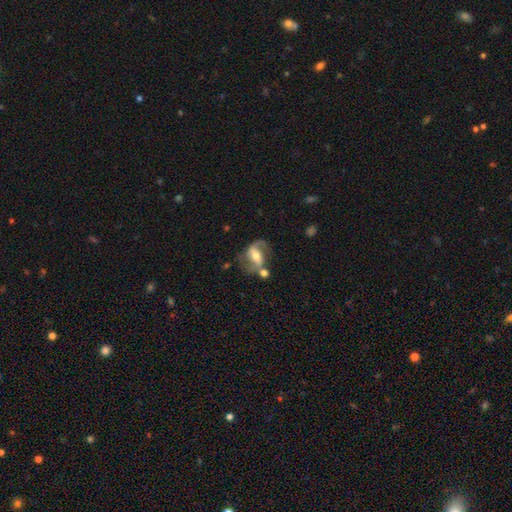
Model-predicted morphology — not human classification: Overall: featured or disk (76%). Edge-on disk: no (95%). Bar: strong (44%; weak 35%). Spiral arms: yes (87%). Spiral arm count: 2 (80%). Spiral winding: loose (43%; medium 42%). Bulge size: moderate (61%; small 29%). Merging: none (52%; minor disturbance 18%).